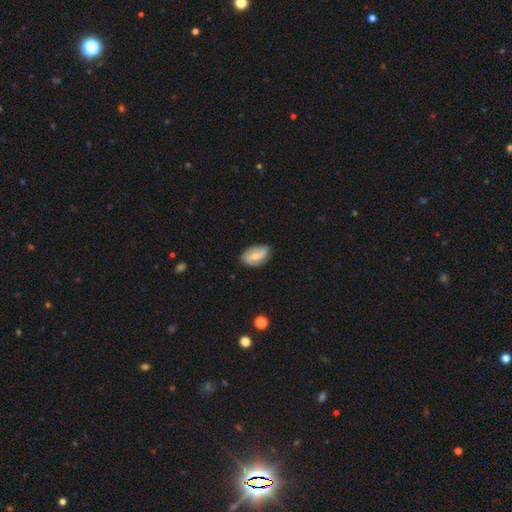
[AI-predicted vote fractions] A smooth galaxy with no disk features (49%). Merging: none (75%).